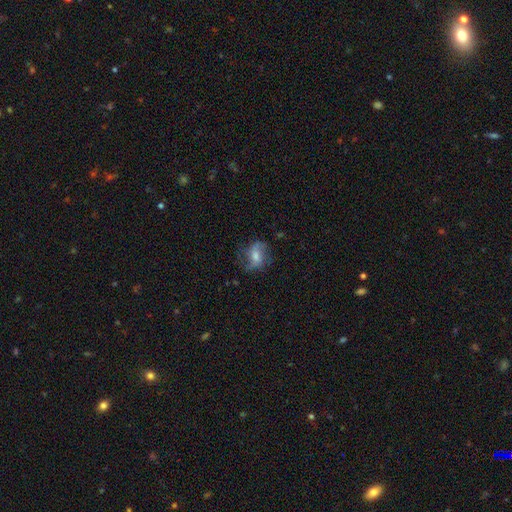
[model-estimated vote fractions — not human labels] smooth_or_featured: featured or disk (p=0.52) [alt: smooth p=0.39]
disk_edge_on: no (p=0.95) [alt: yes p=0.05]
merging: none (p=0.59) [alt: minor disturbance p=0.23]